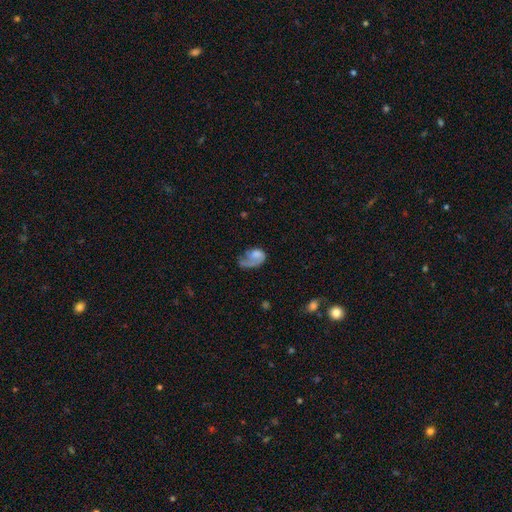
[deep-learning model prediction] The model was most divided on "smooth or featured": featured or disk: 48%, smooth: 44%, star or artifact: 8%. Remaining: merging — major disturbance (50%).